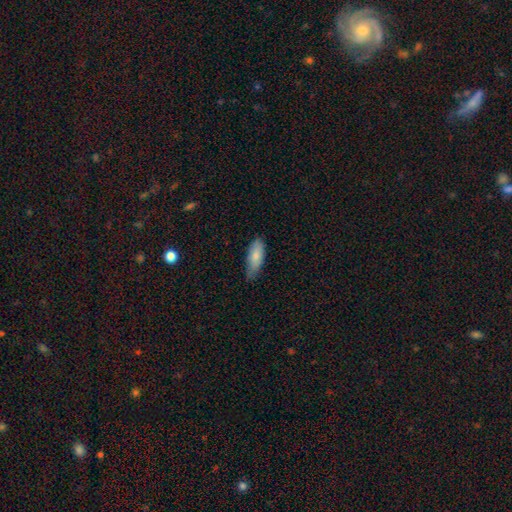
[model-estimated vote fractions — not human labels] A smooth galaxy with no disk features (82%) that is in between round and cigar-shaped (74%).

Vote fractions:
- Smooth or featured? smooth: 82% / featured or disk: 12% / star or artifact: 6%
- How rounded? in between: 74% / cigar-shaped: 24% / round: 2%
- Merging? none: 64% / minor disturbance: 31% / major disturbance: 4% / merger: 1%